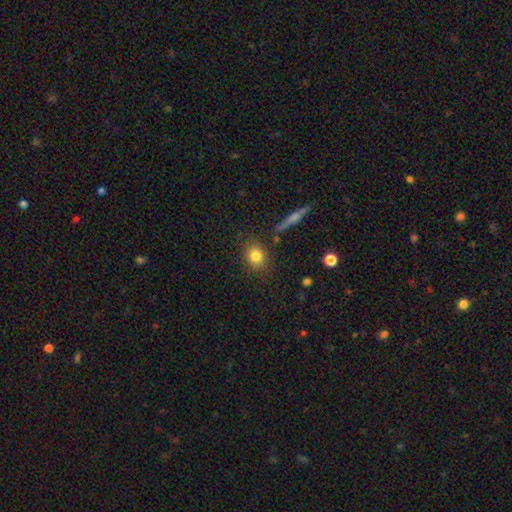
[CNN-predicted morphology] Q: Smooth or featured?
A: smooth (81%); runner-up: star or artifact (10%)
Q: How rounded?
A: round (67%); runner-up: in between (31%)
Q: Merging?
A: none (81%); runner-up: minor disturbance (11%)